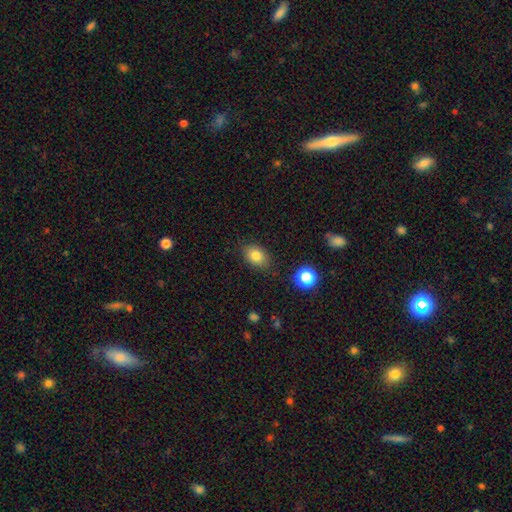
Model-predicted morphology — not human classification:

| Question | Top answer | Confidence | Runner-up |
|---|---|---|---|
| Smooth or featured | smooth | 81% | star or artifact (11%) |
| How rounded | in between | 72% | round (26%) |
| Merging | none | 83% | minor disturbance (12%) |